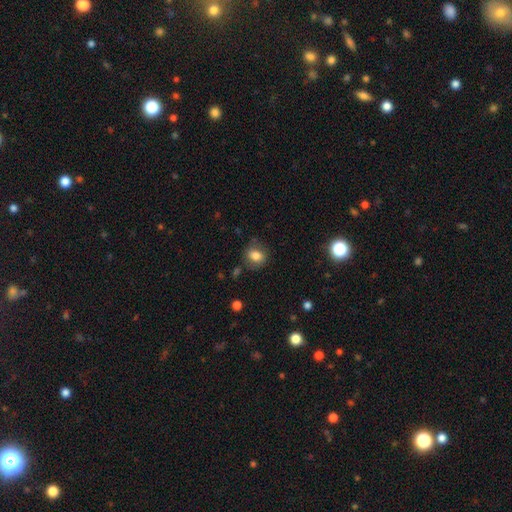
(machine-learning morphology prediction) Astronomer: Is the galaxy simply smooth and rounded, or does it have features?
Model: smooth — 79%.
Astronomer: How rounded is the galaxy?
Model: round — 54% (runner-up: in between, 45%).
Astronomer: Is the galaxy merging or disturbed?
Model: none — 77%.